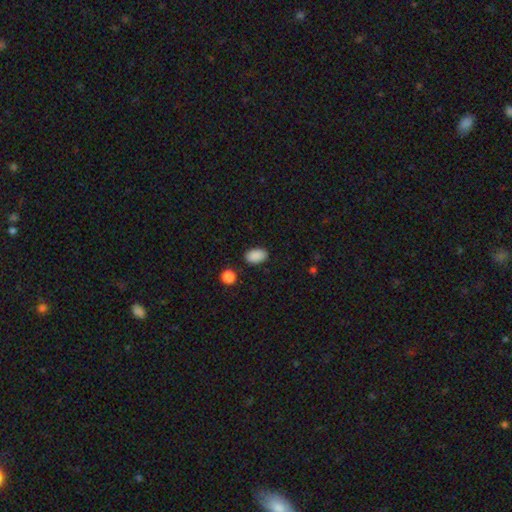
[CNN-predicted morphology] Smooth or featured? Predicted: smooth (p=0.89). How rounded? Predicted: in between (p=0.91). Merging? Predicted: none (p=0.86).